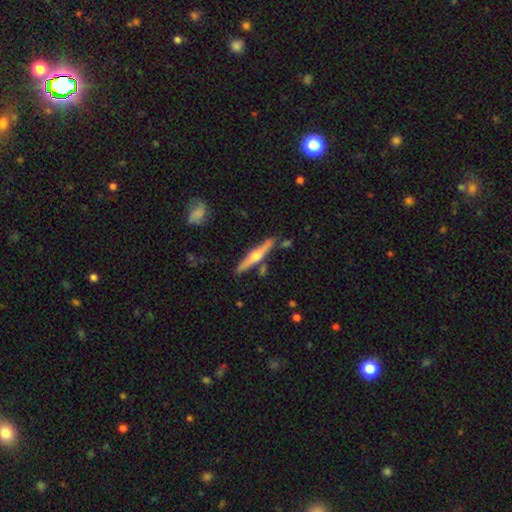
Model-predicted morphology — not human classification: smooth_or_featured: featured or disk (p=0.67) [alt: smooth p=0.28]
disk_edge_on: yes (p=0.97) [alt: no p=0.03]
edge_on_bulge: rounded (p=0.92) [alt: none p=0.04]
merging: none (p=0.82) [alt: minor disturbance p=0.10]